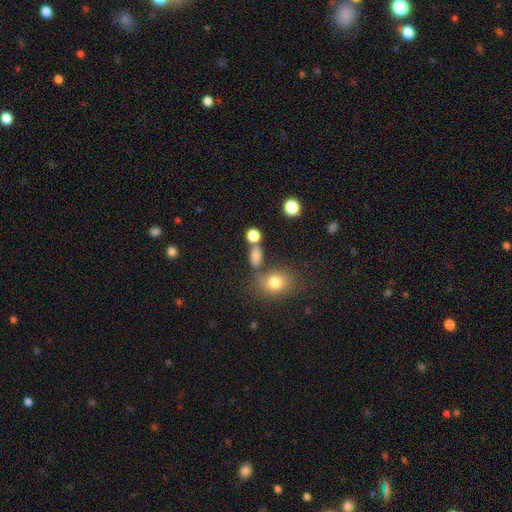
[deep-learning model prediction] This appears to be a smooth galaxy with no disk features (79%) that is in between round and cigar-shaped (68%). Merging: none (61%).